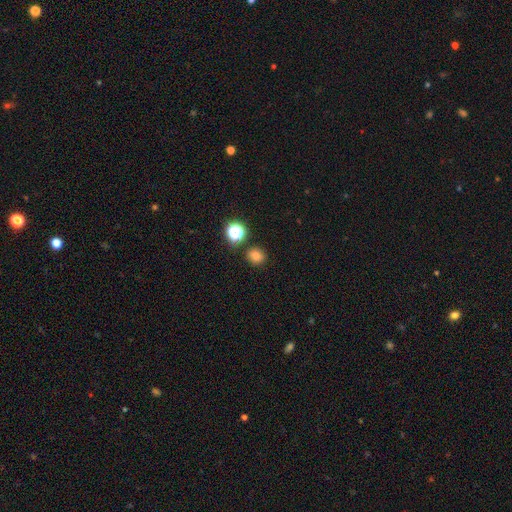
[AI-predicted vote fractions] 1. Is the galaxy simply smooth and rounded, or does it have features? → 77% smooth, 17% star or artifact, 6% featured or disk.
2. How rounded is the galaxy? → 81% round, 18% in between, 1% cigar-shaped.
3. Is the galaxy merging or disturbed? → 85% none, 8% minor disturbance, 5% merger, 2% major disturbance.